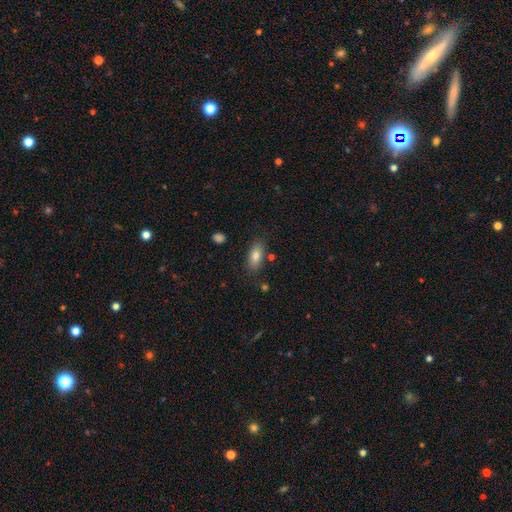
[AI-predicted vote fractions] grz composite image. It shows a smooth galaxy with no disk features (81%) that is in between round and cigar-shaped (84%). Merging: none (82%).